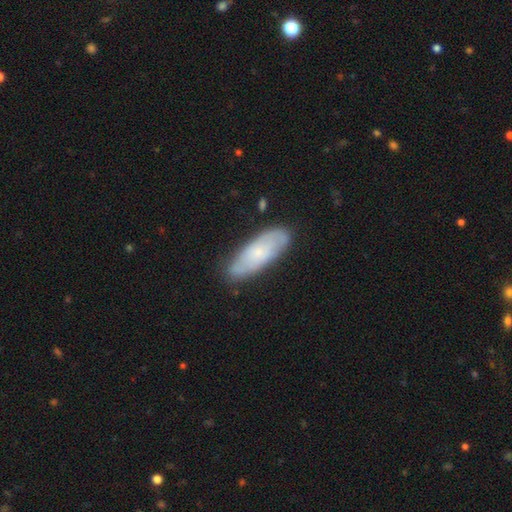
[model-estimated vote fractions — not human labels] This appears to be a smooth galaxy with no disk features (49%). Merging: none (81%).